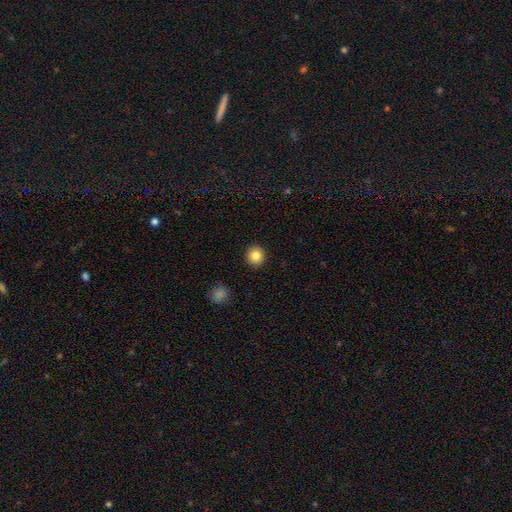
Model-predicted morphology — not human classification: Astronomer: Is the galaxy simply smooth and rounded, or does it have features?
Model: smooth — 84%.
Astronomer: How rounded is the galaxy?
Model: round — 92%.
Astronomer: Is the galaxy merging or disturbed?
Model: none — 93%.